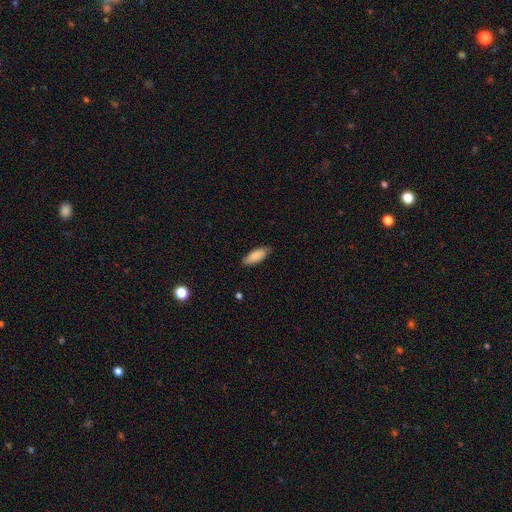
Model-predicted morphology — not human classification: Smooth or featured? smooth (83%)
How rounded? in between (77%)
Merging? none (81%)